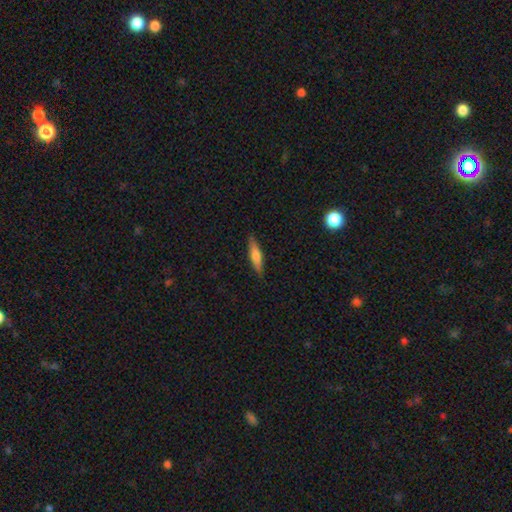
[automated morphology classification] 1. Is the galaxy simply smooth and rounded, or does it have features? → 60% smooth, 33% featured or disk, 6% star or artifact.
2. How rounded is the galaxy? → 76% cigar-shaped, 22% in between, 2% round.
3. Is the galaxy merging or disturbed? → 88% none, 9% minor disturbance, 2% major disturbance, 1% merger.